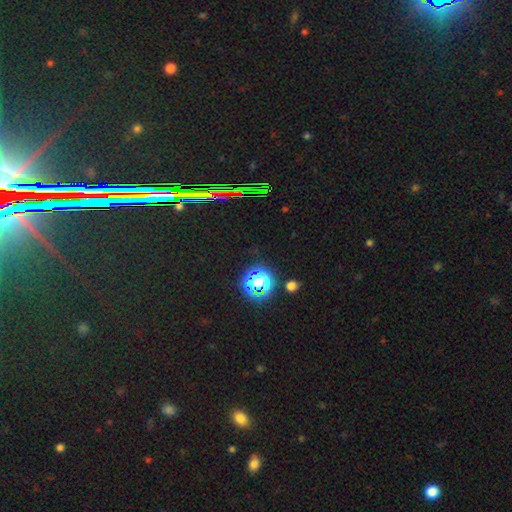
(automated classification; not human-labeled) This appears to be a star or artifact, not a galaxy (75%).